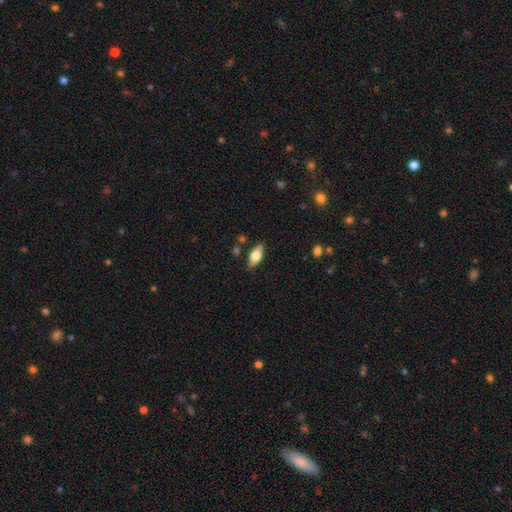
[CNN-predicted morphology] type=smooth (55%); roundness=in between (77%); merging=none (83%).